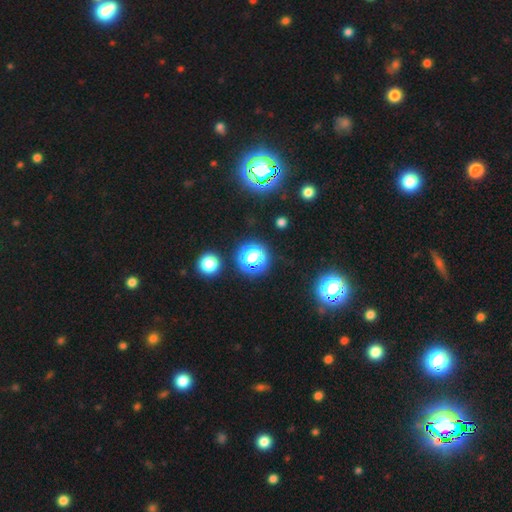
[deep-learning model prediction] star or artifact 64%, smooth 27%, featured or disk 9%.